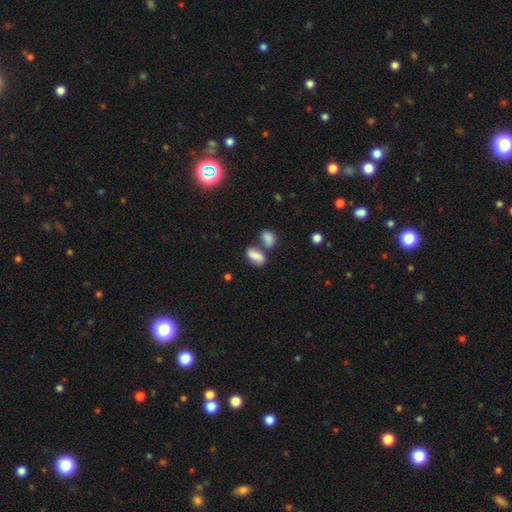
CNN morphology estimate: type=smooth (79%); roundness=in between (87%); merging=none (42%).